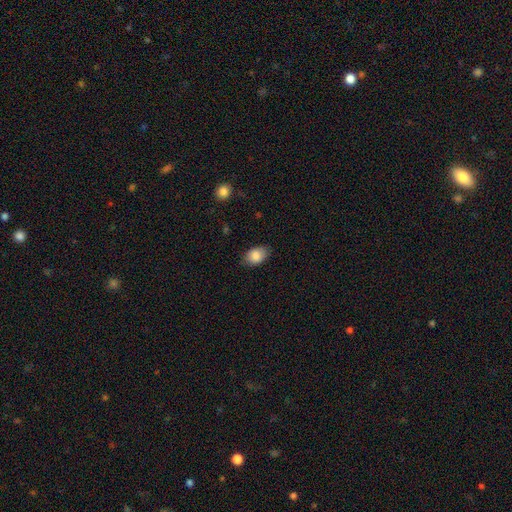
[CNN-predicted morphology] Smooth or featured?
  - smooth: 86% *
  - star or artifact: 7%
  - featured or disk: 7%
How rounded?
  - in between: 84% *
  - round: 14%
  - cigar-shaped: 1%
Merging?
  - none: 81% *
  - minor disturbance: 15%
  - major disturbance: 3%
  - merger: 1%